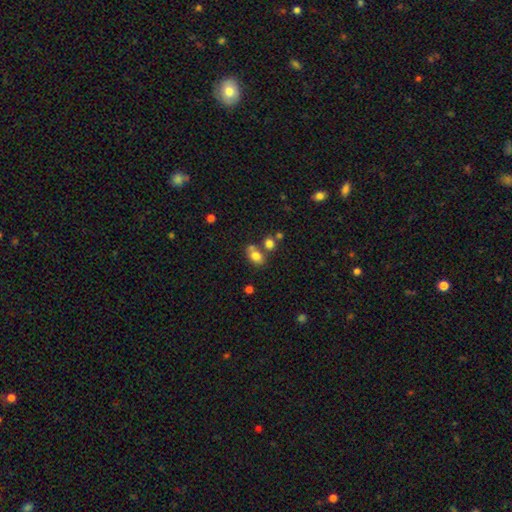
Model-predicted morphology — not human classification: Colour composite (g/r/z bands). It shows a smooth galaxy with no disk features (78%) that is in between round and cigar-shaped (68%). Merging: none (52%).